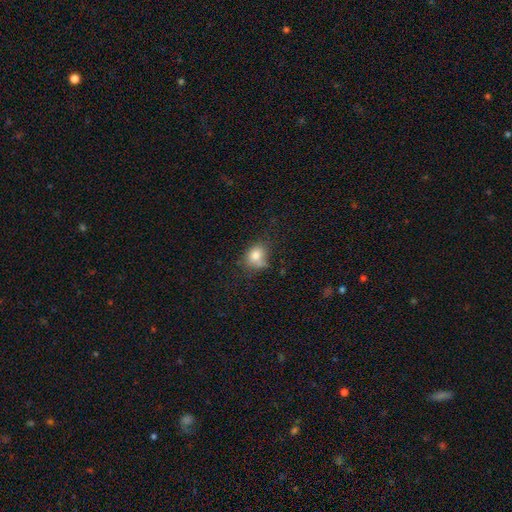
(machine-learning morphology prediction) type=smooth (79%); roundness=round (53%); merging=none (53%).